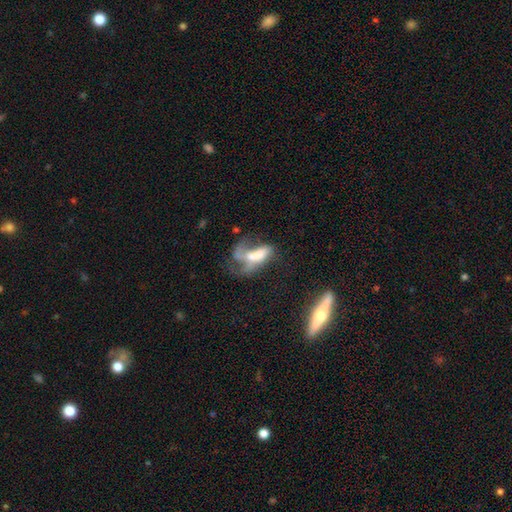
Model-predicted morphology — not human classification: A featured or disk galaxy (45%).

Vote fractions:
- Smooth or featured? featured or disk: 45% / smooth: 44% / star or artifact: 12%
- Merging? major disturbance: 44% / merger: 26% / none: 18% / minor disturbance: 13%